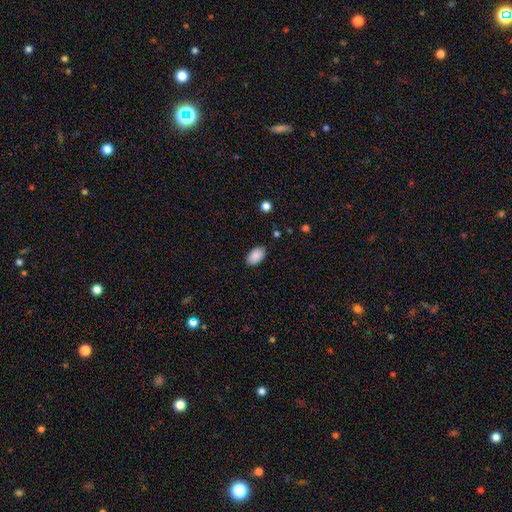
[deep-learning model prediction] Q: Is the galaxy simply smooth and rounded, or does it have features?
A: smooth — 90%.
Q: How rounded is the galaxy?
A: in between — 94%.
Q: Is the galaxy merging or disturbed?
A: none — 87%.